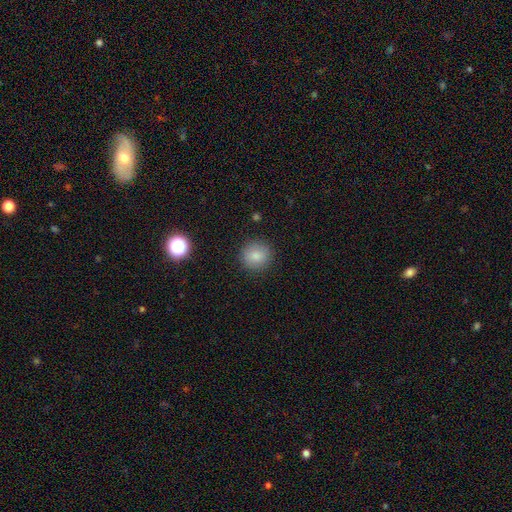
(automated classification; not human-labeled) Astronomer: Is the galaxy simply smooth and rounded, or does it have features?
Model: smooth — 83%.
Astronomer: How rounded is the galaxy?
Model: round — 90%.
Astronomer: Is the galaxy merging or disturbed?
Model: none — 89%.